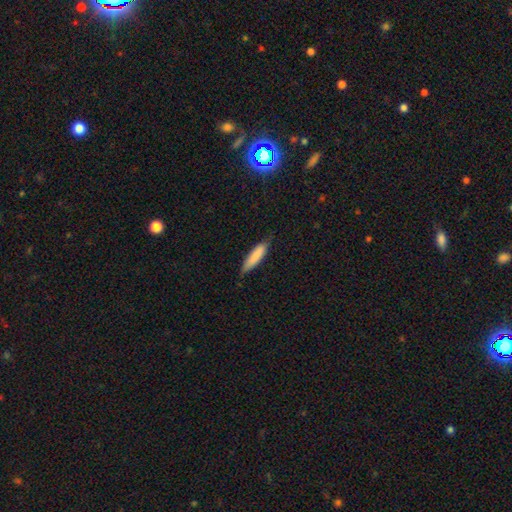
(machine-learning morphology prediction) Smooth or featured? smooth (80%)
How rounded? cigar-shaped (74%)
Merging? none (71%)